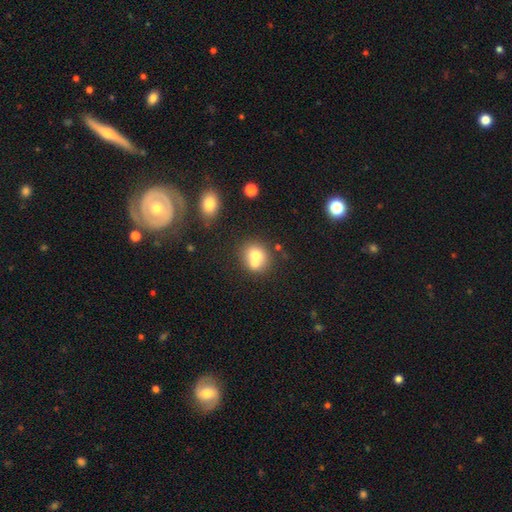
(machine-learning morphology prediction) type=smooth (68%); roundness=round (76%); merging=merger (48%).